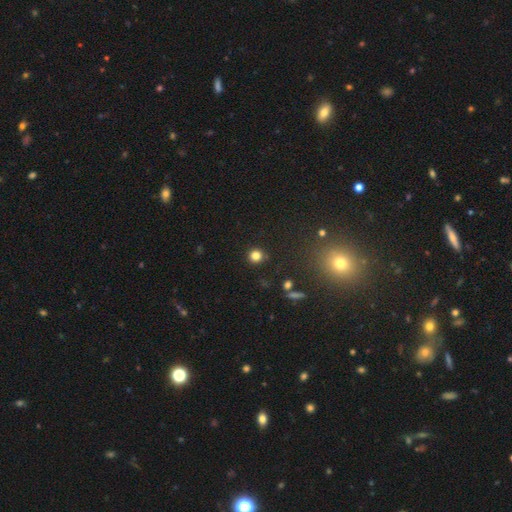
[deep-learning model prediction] Morphology: type=smooth (80%); roundness=round (93%); merging=none (89%).